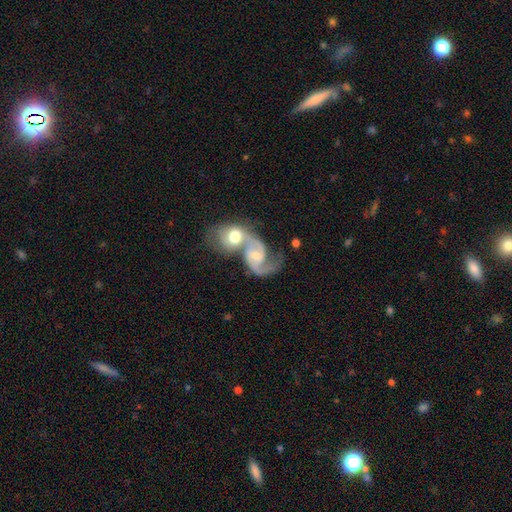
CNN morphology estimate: smooth_or_featured: featured or disk (p=0.82) [alt: smooth p=0.12]
disk_edge_on: no (p=0.98) [alt: yes p=0.02]
bar: no (p=0.50) [alt: weak p=0.39]
has_spiral_arms: yes (p=0.95) [alt: no p=0.05]
spiral_winding: loose (p=0.45) [tied with: medium p=0.45]
spiral_arm_count: 2 (p=0.87) [alt: 1 p=0.07]
bulge_size: moderate (p=0.53) [alt: small p=0.38]
merging: merger (p=0.74) [alt: none p=0.13]